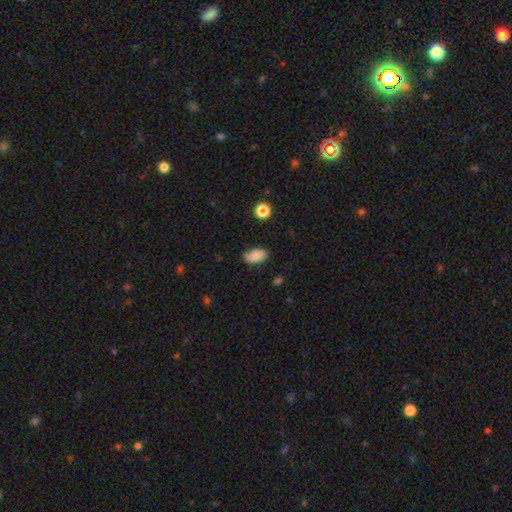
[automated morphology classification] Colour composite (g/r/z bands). It shows a smooth galaxy with no disk features (78%) that is in between round and cigar-shaped (92%). Merging: none (73%).